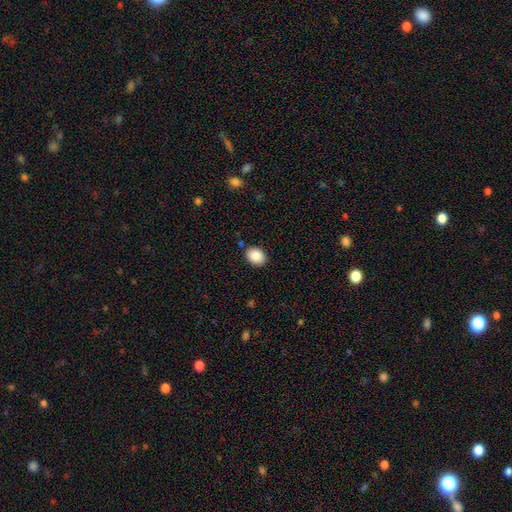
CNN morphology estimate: Overall: smooth (88%). How rounded: in between (63%; round 36%). Merging: none (87%).